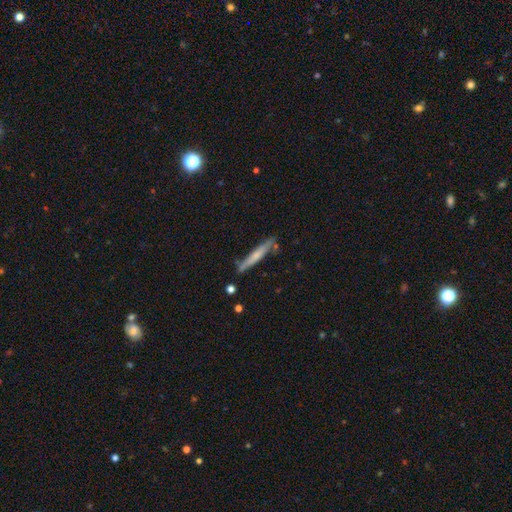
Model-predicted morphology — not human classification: smooth 50%, featured or disk 44%, star or artifact 6%. Down the decision tree: how rounded — cigar-shaped (95%); merging — none (79%).